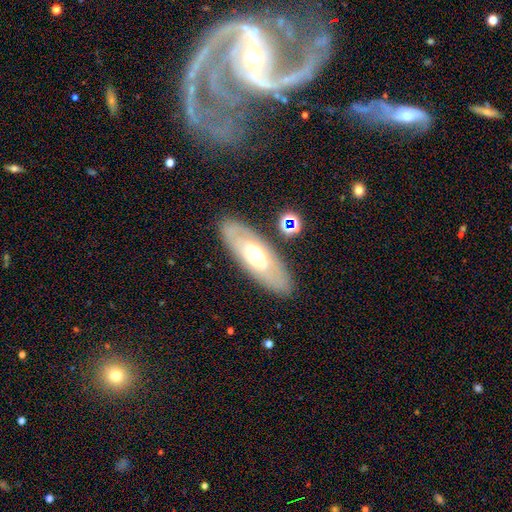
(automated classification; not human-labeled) Smooth or featured? featured or disk (54%)
Edge-on disk? no (74%)
Merging? none (84%)